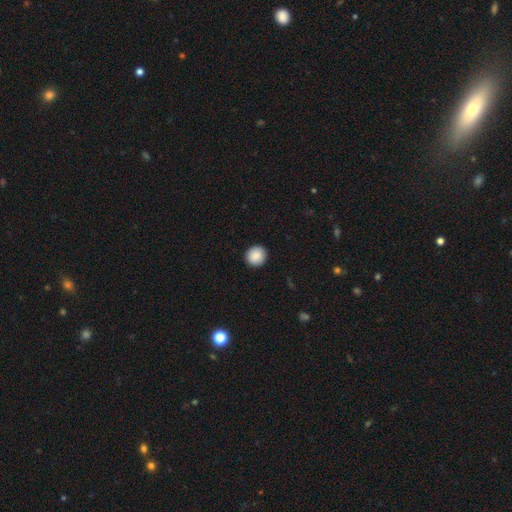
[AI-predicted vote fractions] Smooth or featured?
  - smooth: 89% *
  - star or artifact: 8%
  - featured or disk: 4%
How rounded?
  - round: 91% *
  - in between: 8%
  - cigar-shaped: 1%
Merging?
  - none: 92% *
  - minor disturbance: 5%
  - major disturbance: 2%
  - merger: 1%